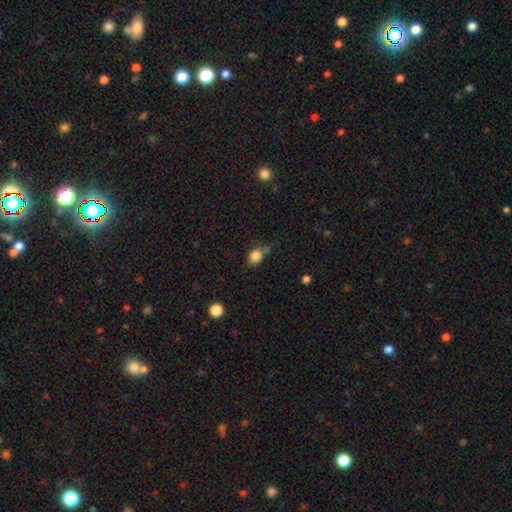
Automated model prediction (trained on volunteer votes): This is clearly a smooth galaxy (82%). How rounded: possibly round (51%). Merging: possibly none (52%).